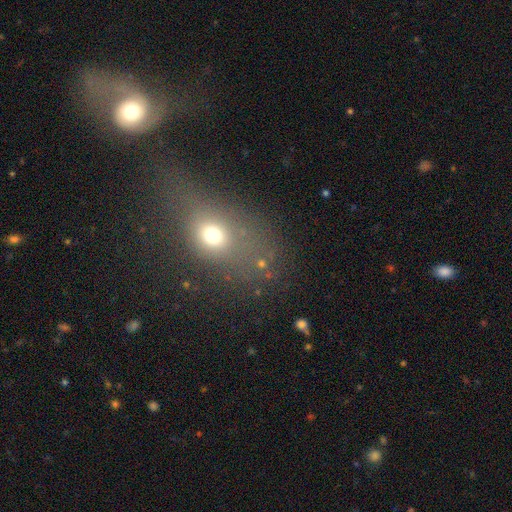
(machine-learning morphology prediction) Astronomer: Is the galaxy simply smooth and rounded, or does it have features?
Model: smooth — 53%.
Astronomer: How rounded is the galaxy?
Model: in between — 49% (runner-up: round, 48%).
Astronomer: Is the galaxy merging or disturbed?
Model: merger — 36% (runner-up: none, 34%).